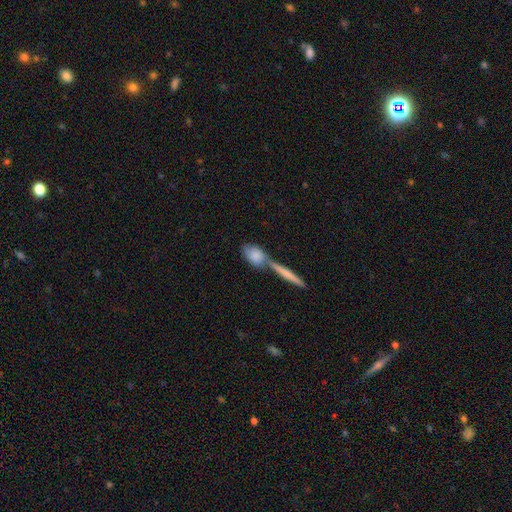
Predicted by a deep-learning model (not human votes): This is likely a smooth galaxy (78%). How rounded: likely in between (65%). Merging: possibly none (46%).